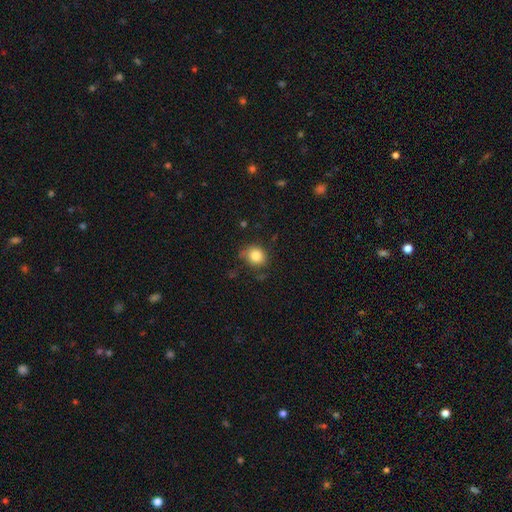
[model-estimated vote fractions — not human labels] This is clearly a smooth galaxy (83%). How rounded: likely round (77%). Merging: likely none (74%).